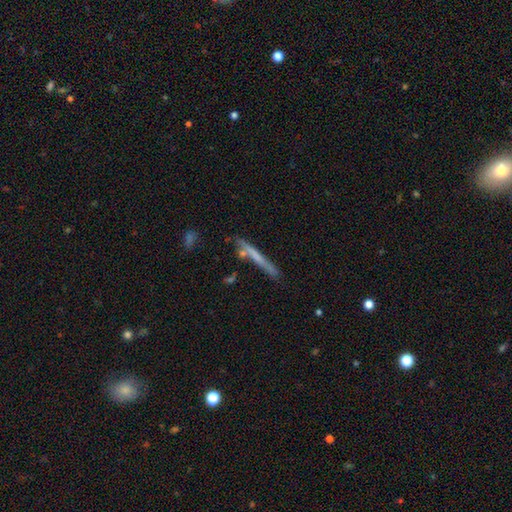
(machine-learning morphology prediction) Smooth or featured? Predicted: smooth (p=0.50). Merging? Predicted: none (p=0.73).